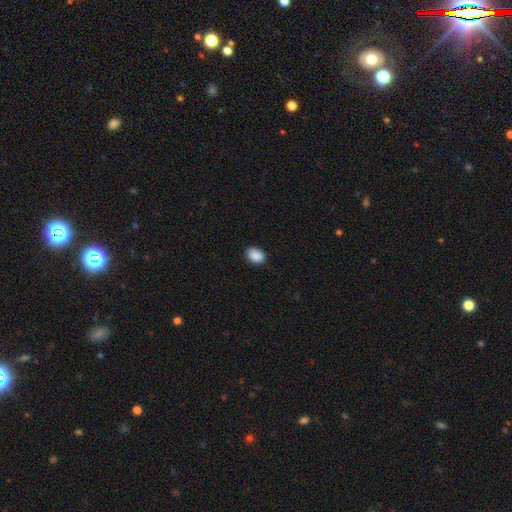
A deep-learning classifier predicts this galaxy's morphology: A smooth galaxy with no disk features (89%) that is in between round and cigar-shaped (78%).

Vote fractions:
- Smooth or featured? smooth: 89% / star or artifact: 8% / featured or disk: 3%
- How rounded? in between: 78% / round: 21% / cigar-shaped: 1%
- Merging? none: 86% / minor disturbance: 11% / major disturbance: 2% / merger: 1%